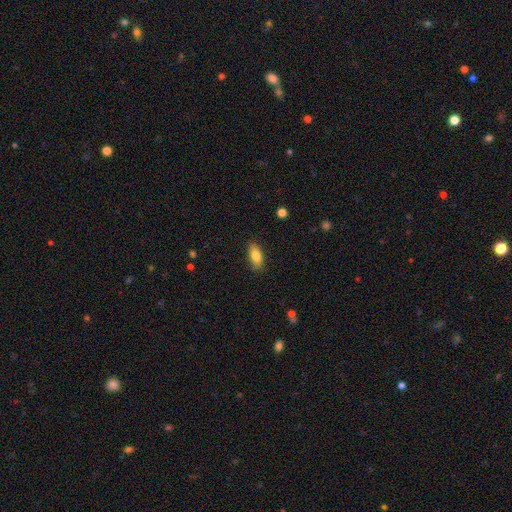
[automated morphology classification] Overall: smooth (81%). How rounded: in between (85%). Merging: none (83%).